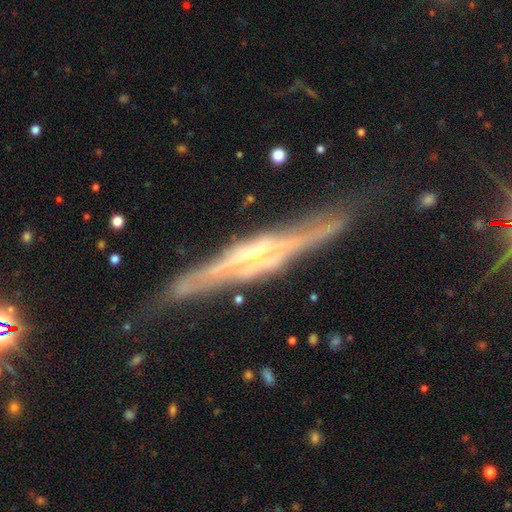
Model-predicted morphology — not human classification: This is clearly a featured or disk galaxy (87%). It is clearly viewed edge-on (95%). Edge-on bulge: possibly rounded (54%). Merging: clearly none (81%).